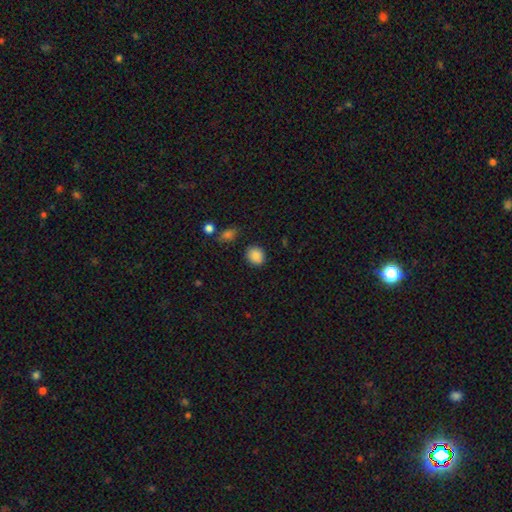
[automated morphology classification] This is clearly a smooth galaxy (87%). How rounded: likely round (75%). Merging: clearly none (85%).